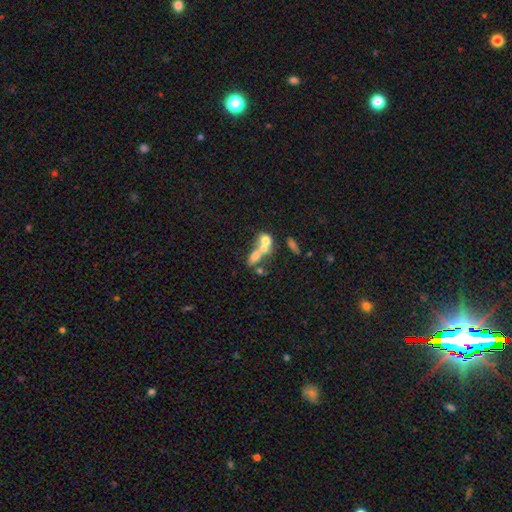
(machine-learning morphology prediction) This appears to be a smooth galaxy with no disk features (57%) that is in between round and cigar-shaped (62%). Merging: merger (63%).